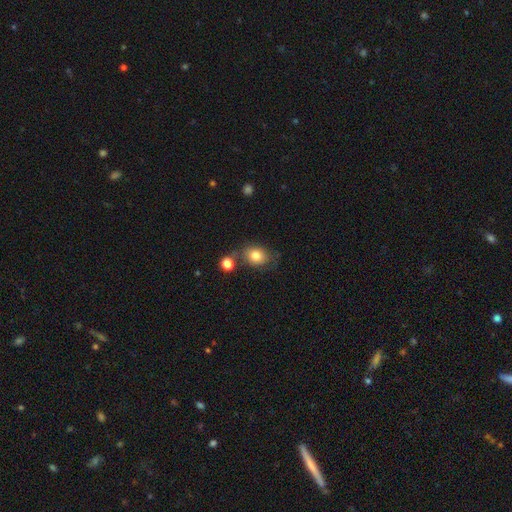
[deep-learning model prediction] smooth-or-featured: smooth: 79% | featured or disk: 11% | star or artifact: 10%
  how-rounded: in between: 50% | round: 49% | cigar-shaped: 1%
  merging: none: 65% | minor disturbance: 18% | merger: 10% | major disturbance: 7%